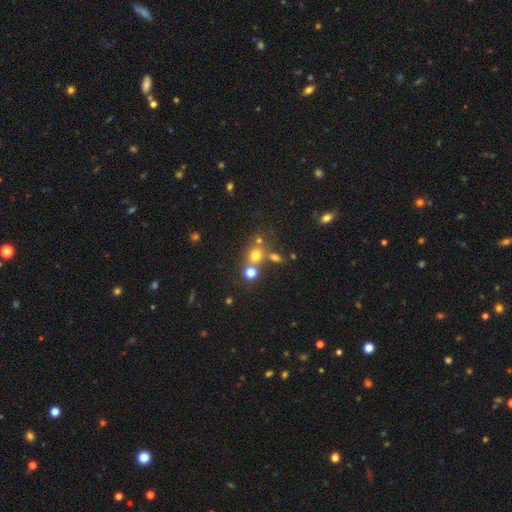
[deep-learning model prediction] smooth-or-featured: smooth: 66% | star or artifact: 22% | featured or disk: 12%
  how-rounded: round: 79% | in between: 19% | cigar-shaped: 1%
  merging: none: 56% | merger: 29% | minor disturbance: 9% | major disturbance: 5%